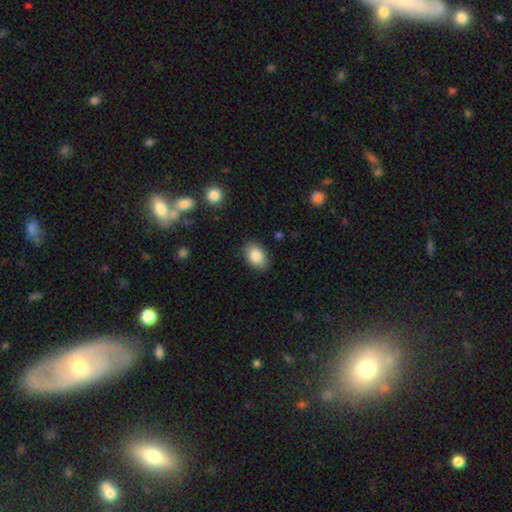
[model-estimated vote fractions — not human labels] A smooth galaxy with no disk features (87%) that is in between round and cigar-shaped (85%).

Vote fractions:
- Smooth or featured? smooth: 87% / star or artifact: 7% / featured or disk: 6%
- How rounded? in between: 85% / round: 14% / cigar-shaped: 1%
- Merging? none: 87% / minor disturbance: 10% / major disturbance: 2% / merger: 1%